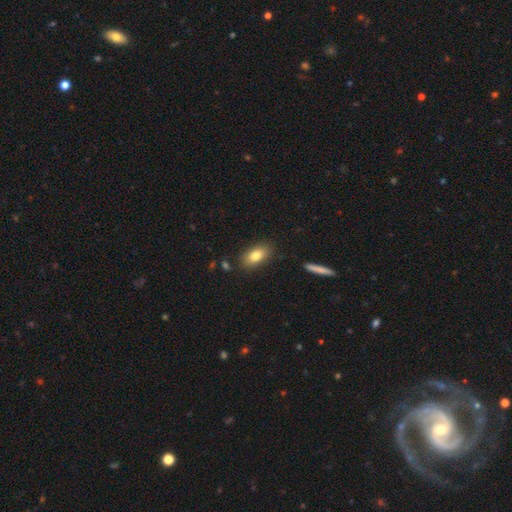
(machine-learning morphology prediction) Smooth or featured: smooth — 82% (featured or disk — 11%)
How rounded: in between — 88% (cigar-shaped — 6%)
Merging: none — 85% (minor disturbance — 10%)